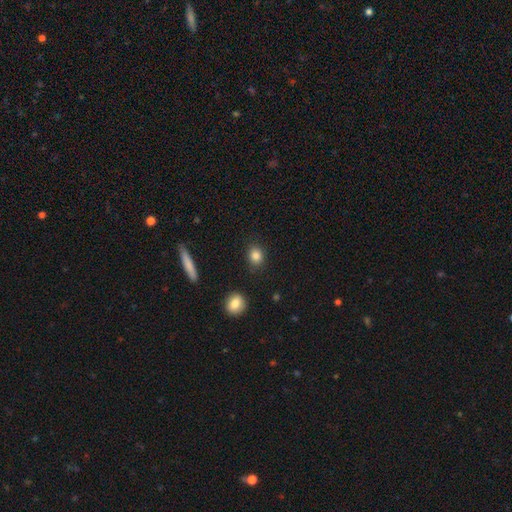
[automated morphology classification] This is clearly a smooth galaxy (85%). How rounded: likely round (66%). Merging: clearly none (87%).